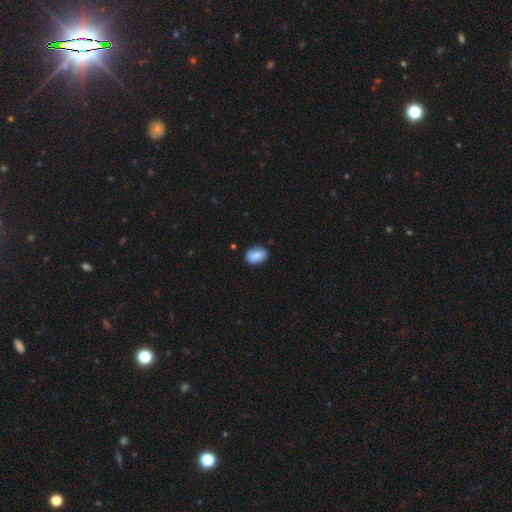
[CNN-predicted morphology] This is clearly a smooth galaxy (81%). How rounded: likely in between (74%). Merging: likely none (74%).